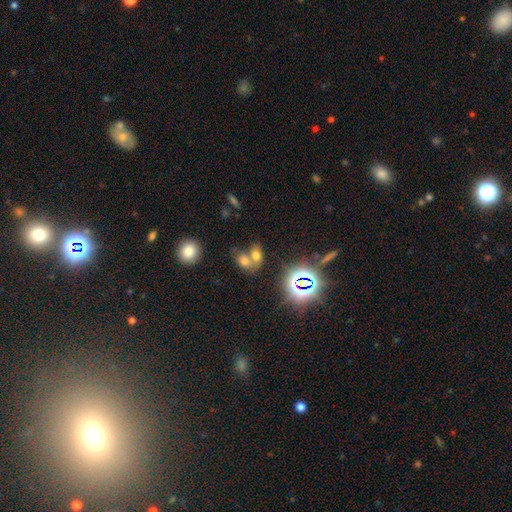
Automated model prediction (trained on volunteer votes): Overall: smooth (60%; star or artifact 24%). How rounded: in between (68%; round 31%). Merging: merger (61%; none 28%).